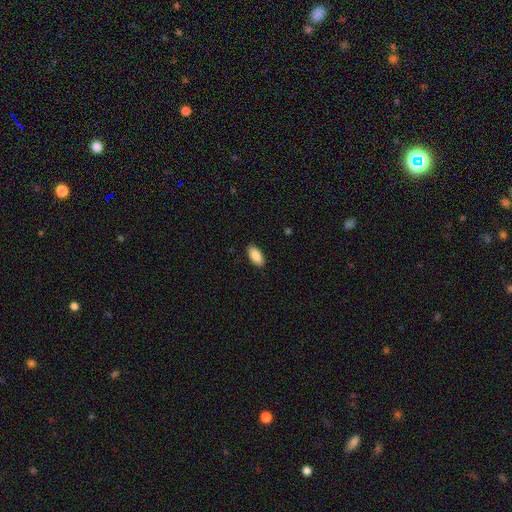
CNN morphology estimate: This is clearly a smooth galaxy (90%). How rounded: clearly in between (93%). Merging: clearly none (89%).